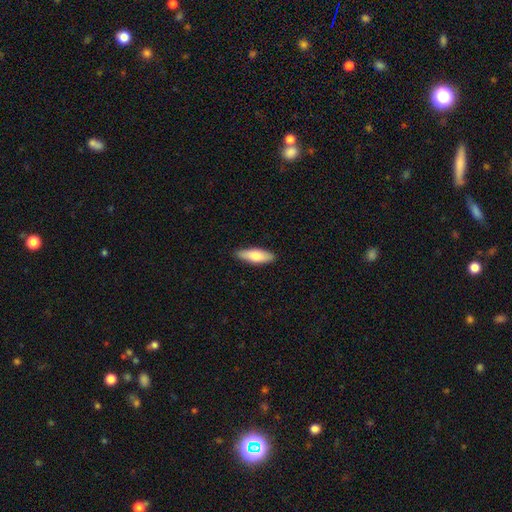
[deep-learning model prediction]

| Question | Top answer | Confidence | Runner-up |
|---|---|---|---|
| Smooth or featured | smooth | 74% | featured or disk (21%) |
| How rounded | in between | 53% | cigar-shaped (45%) |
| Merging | none | 88% | minor disturbance (9%) |